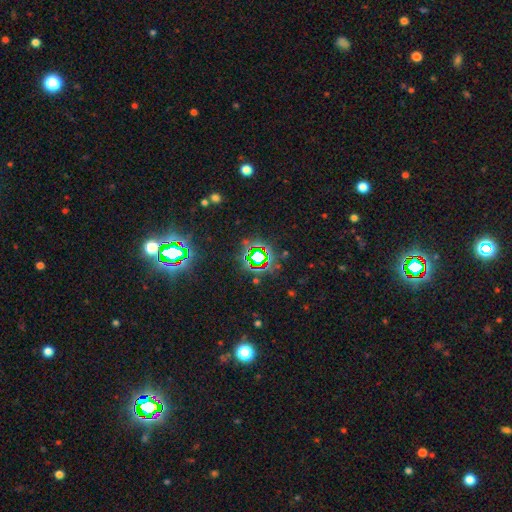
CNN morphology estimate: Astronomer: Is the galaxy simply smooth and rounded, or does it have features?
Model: star or artifact — 78%.